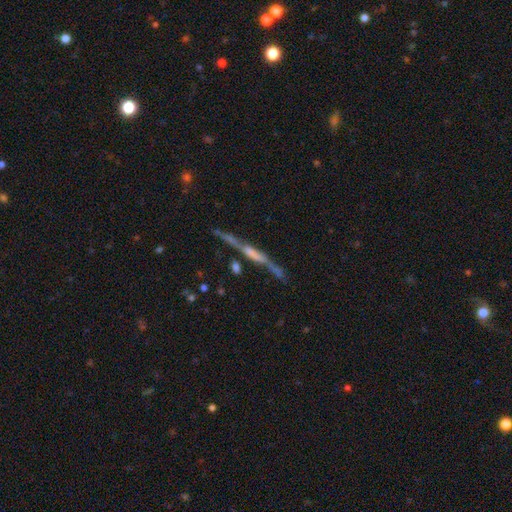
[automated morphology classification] Smooth or featured: featured or disk — 72% (smooth — 18%)
Edge-on disk: yes — 89% (no — 11%)
Edge-on bulge: boxy — 39% (none — 31%)
Merging: none — 63% (minor disturbance — 17%)